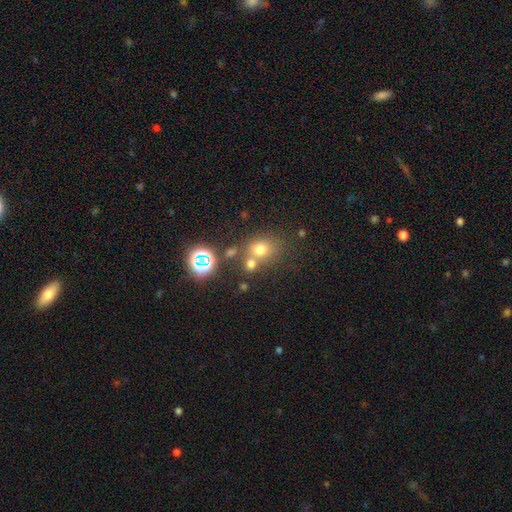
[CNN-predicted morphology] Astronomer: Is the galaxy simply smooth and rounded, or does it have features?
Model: smooth — 58%.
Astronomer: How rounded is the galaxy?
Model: round — 70%.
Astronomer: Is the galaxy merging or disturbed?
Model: none — 60%.